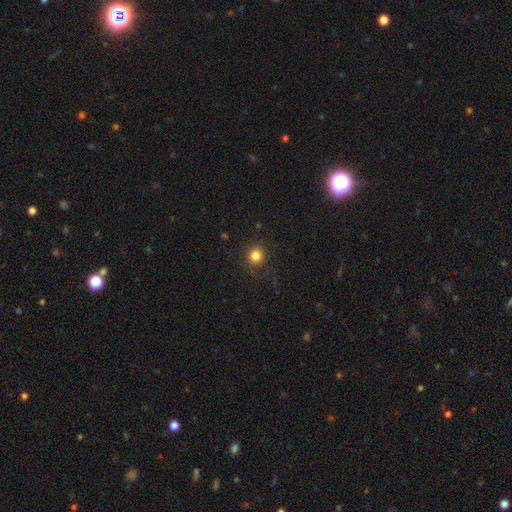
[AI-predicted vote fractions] Overall: smooth (82%). How rounded: round (91%). Merging: none (86%).